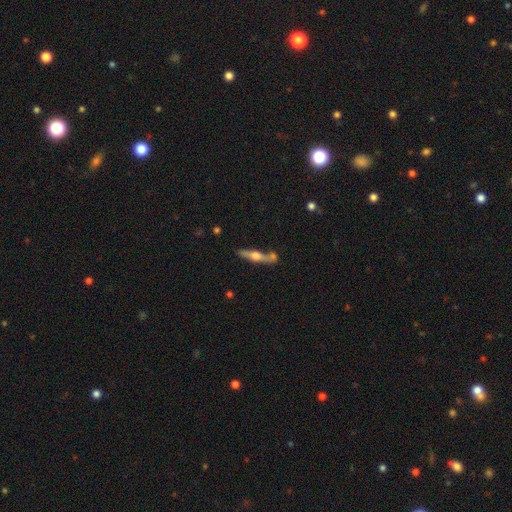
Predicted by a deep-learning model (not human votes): smooth-or-featured: featured or disk: 69% | smooth: 26% | star or artifact: 6%
  disk-edge-on: yes: 95% | no: 5%
    edge-on-bulge: rounded: 92% | boxy: 5% | none: 3%
  merging: none: 69% | merger: 15% | minor disturbance: 13% | major disturbance: 4%